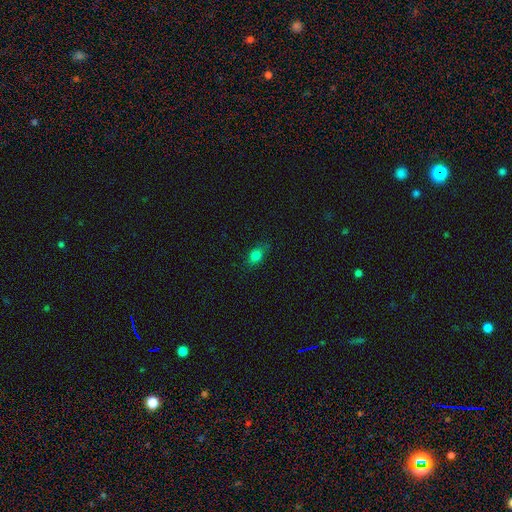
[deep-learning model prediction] A smooth galaxy with no disk features (79%) that is in between round and cigar-shaped (72%). Merging: none (79%).